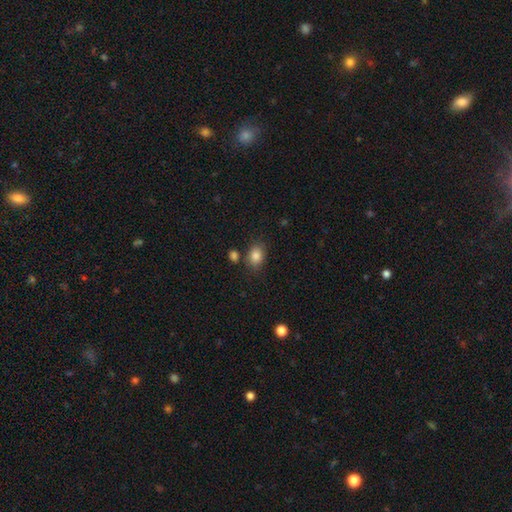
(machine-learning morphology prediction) Smooth or featured? Predicted: smooth (p=0.85). How rounded? Predicted: in between (p=0.69). Merging? Predicted: none (p=0.75).